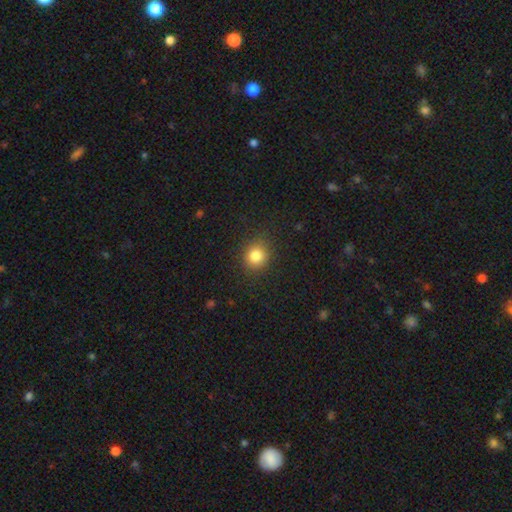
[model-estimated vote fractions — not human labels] This appears to be a smooth galaxy with no disk features (83%) that is round (82%). Merging: none (88%).